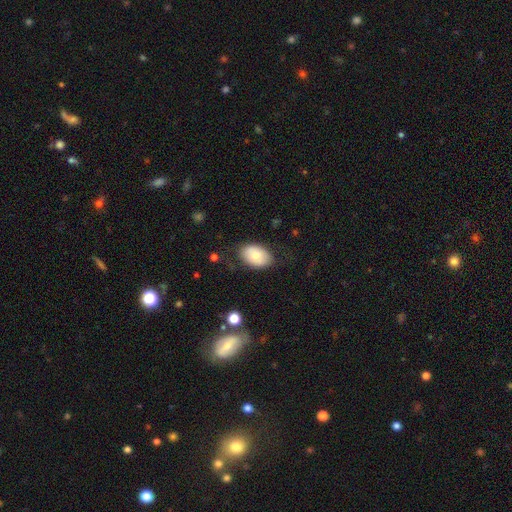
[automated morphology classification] A smooth galaxy with no disk features (71%) that is in between round and cigar-shaped (88%). Merging: none (77%).